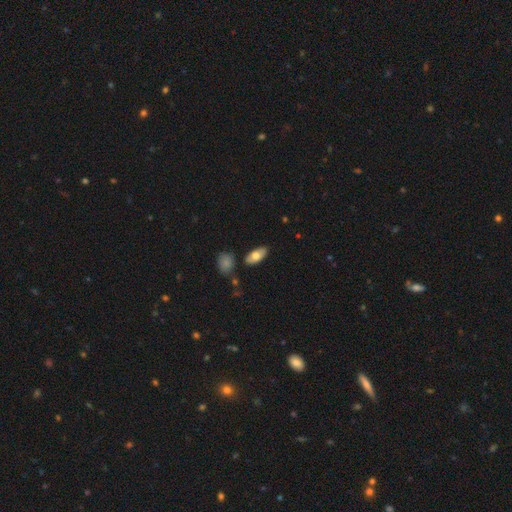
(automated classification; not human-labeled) The model was most divided on "smooth or featured": smooth: 71%, featured or disk: 23%, star or artifact: 6%. More confident: how rounded — in between (91%); merging — none (82%).